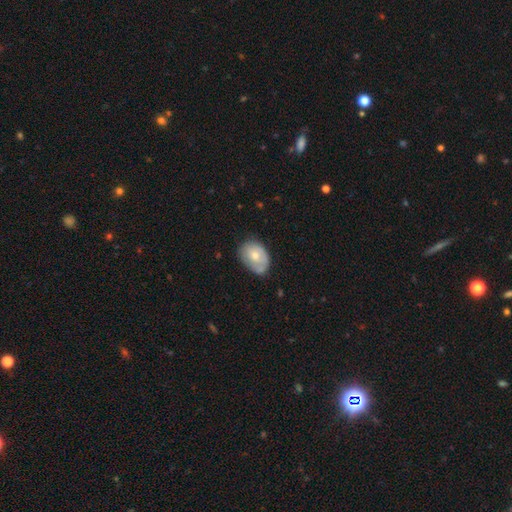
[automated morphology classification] Smooth or featured: smooth — 62% (featured or disk — 31%)
How rounded: in between — 77% (round — 22%)
Merging: none — 55% (minor disturbance — 33%)